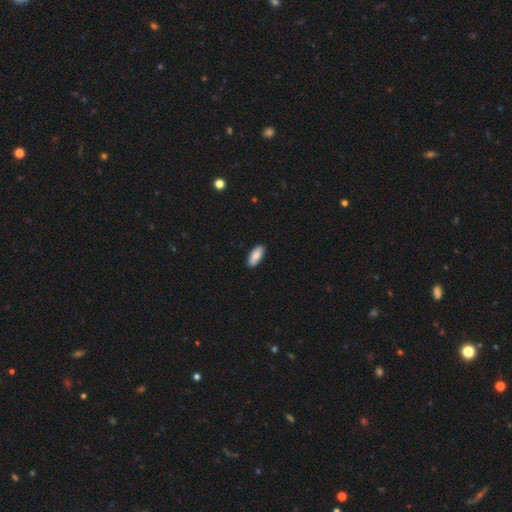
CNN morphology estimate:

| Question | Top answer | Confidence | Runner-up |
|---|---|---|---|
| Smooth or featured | smooth | 85% | featured or disk (9%) |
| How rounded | in between | 83% | cigar-shaped (15%) |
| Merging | none | 89% | minor disturbance (9%) |